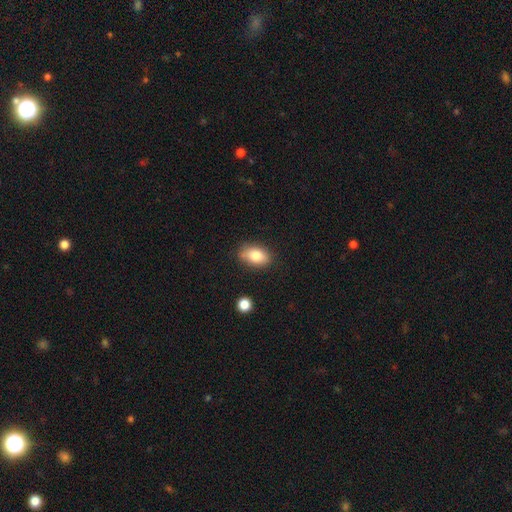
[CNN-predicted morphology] This is clearly a smooth galaxy (82%). How rounded: clearly in between (87%). Merging: likely none (79%).